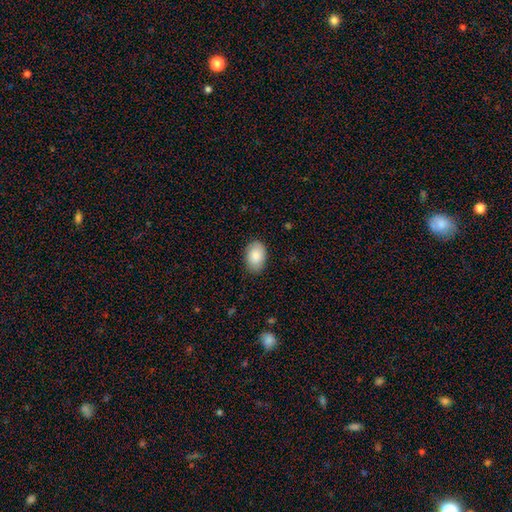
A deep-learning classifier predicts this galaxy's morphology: Smooth or featured?
  - smooth: 86% *
  - featured or disk: 8%
  - star or artifact: 6%
How rounded?
  - in between: 88% *
  - round: 11%
  - cigar-shaped: 1%
Merging?
  - none: 83% *
  - minor disturbance: 13%
  - major disturbance: 3%
  - merger: 1%